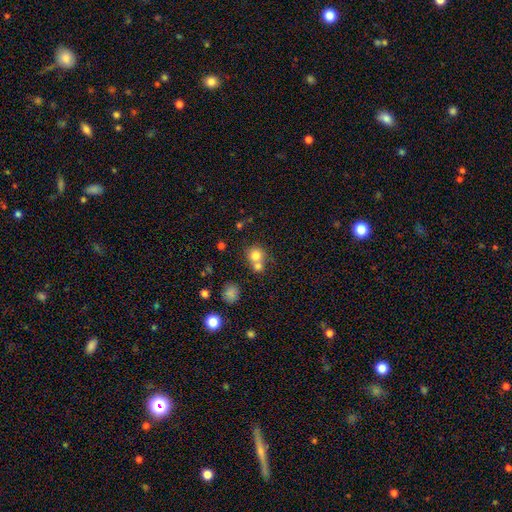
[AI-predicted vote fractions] This is likely a smooth galaxy (77%). How rounded: clearly round (85%). Merging: possibly merger (45%).